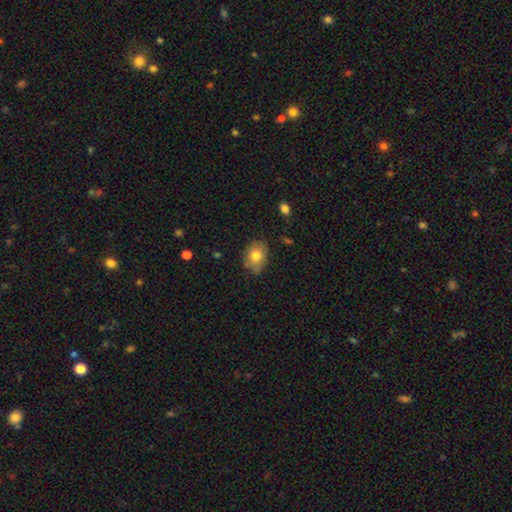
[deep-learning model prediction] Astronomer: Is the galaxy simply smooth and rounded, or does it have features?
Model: smooth — 78%.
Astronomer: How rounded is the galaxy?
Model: in between — 69%.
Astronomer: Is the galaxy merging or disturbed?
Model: none — 75%.